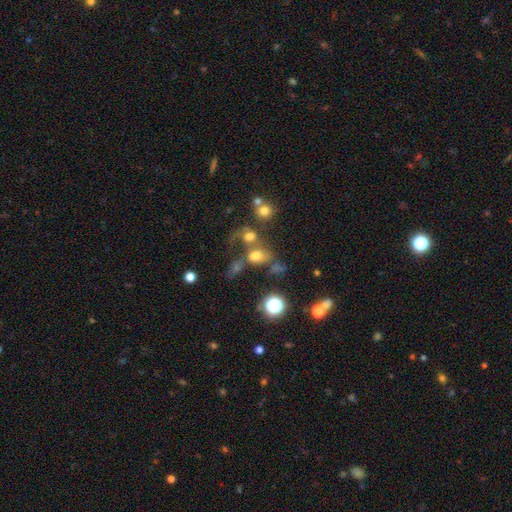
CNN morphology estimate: Q: Smooth or featured?
A: smooth (61%); runner-up: star or artifact (19%)
Q: How rounded?
A: in between (60%); runner-up: round (37%)
Q: Merging?
A: merger (47%); runner-up: none (28%)